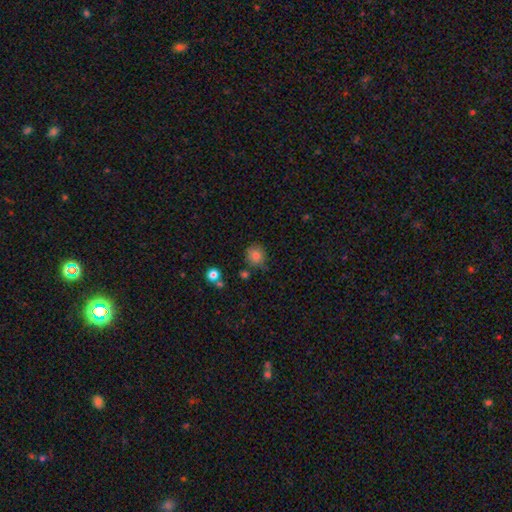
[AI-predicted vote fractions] Q: Smooth or featured?
A: smooth (83%); runner-up: star or artifact (11%)
Q: How rounded?
A: round (82%); runner-up: in between (17%)
Q: Merging?
A: none (73%); runner-up: minor disturbance (18%)